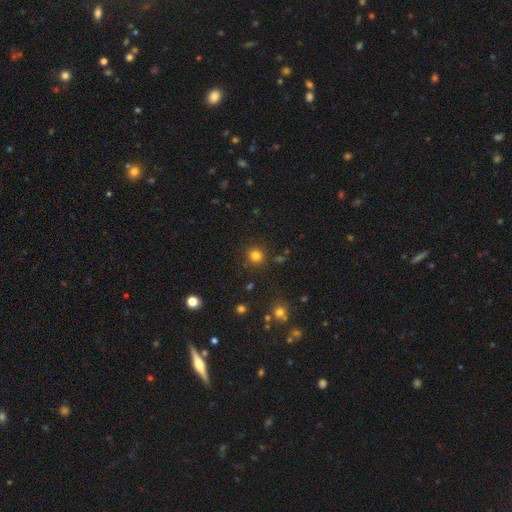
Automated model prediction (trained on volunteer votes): smooth_or_featured: smooth (p=0.80) [alt: star or artifact p=0.14]
how_rounded: round (p=0.90) [alt: in between p=0.09]
merging: none (p=0.88) [alt: minor disturbance p=0.07]